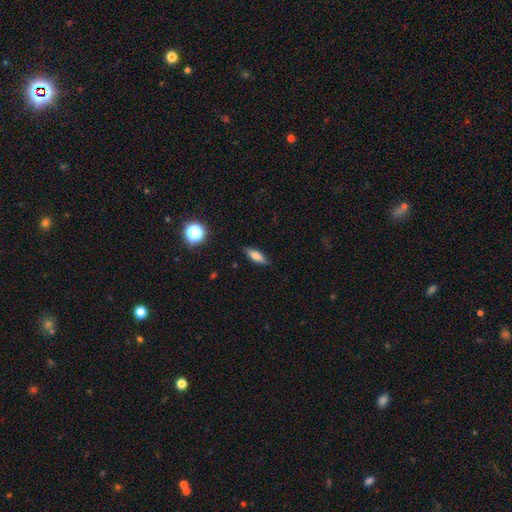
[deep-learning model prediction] Smooth or featured? Predicted: smooth (p=0.72). How rounded? Predicted: in between (p=0.56). Merging? Predicted: none (p=0.85).